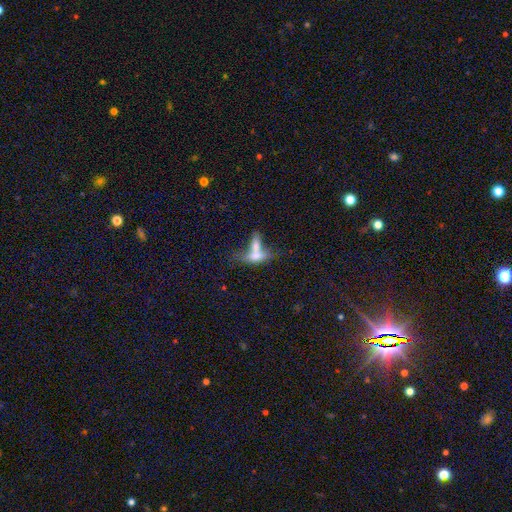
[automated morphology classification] Overall: smooth (59%; featured or disk 31%). How rounded: in between (59%; cigar-shaped 35%). Merging: merger (65%).